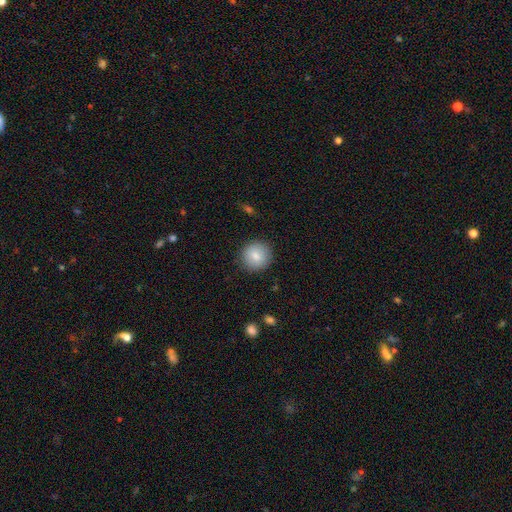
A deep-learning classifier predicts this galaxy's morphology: Overall: smooth (84%). How rounded: round (92%). Merging: none (89%).